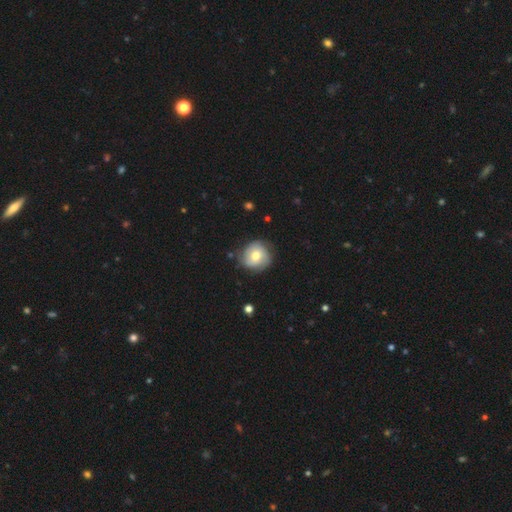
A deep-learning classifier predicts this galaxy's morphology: smooth-or-featured: smooth: 53% | featured or disk: 40% | star or artifact: 7%
  how-rounded: round: 88% | in between: 11% | cigar-shaped: 1%
  merging: none: 76% | minor disturbance: 18% | major disturbance: 5% | merger: 2%